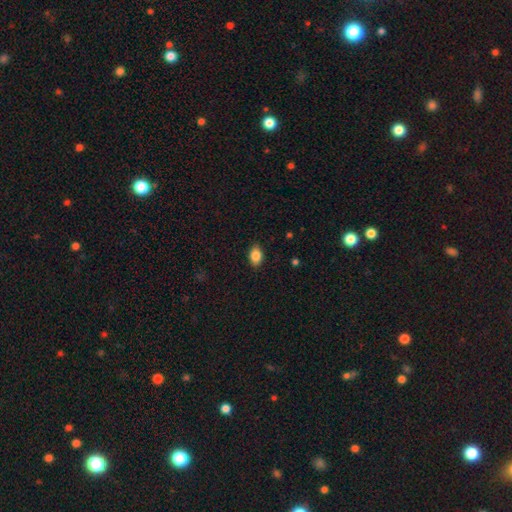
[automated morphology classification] Smooth or featured: smooth — 85% (star or artifact — 8%)
How rounded: in between — 87% (round — 12%)
Merging: none — 87% (minor disturbance — 10%)